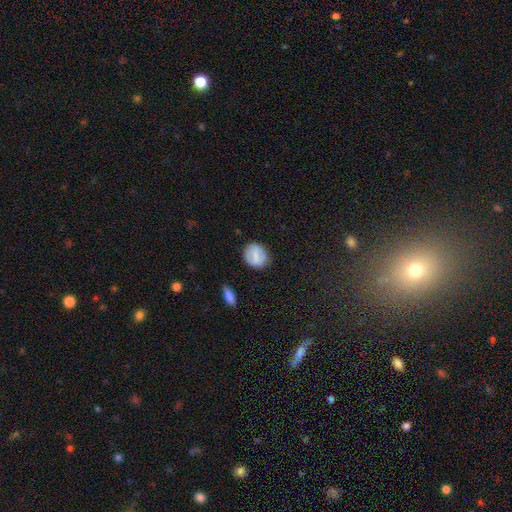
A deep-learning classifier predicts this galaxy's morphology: This is likely a smooth galaxy (64%). How rounded: likely round (66%). Merging: clearly none (82%).